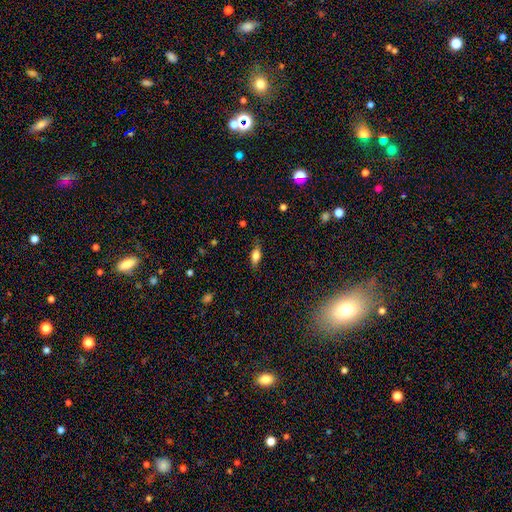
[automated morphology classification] The model was most divided on "smooth or featured": smooth: 75%, featured or disk: 16%, star or artifact: 9%. More confident: merging — none (77%); how rounded — in between (77%).